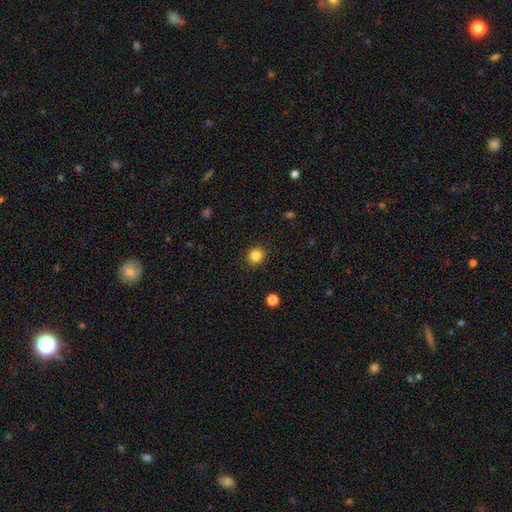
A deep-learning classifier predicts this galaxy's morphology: Smooth or featured? Predicted: smooth (p=0.84). How rounded? Predicted: round (p=0.93). Merging? Predicted: none (p=0.92).